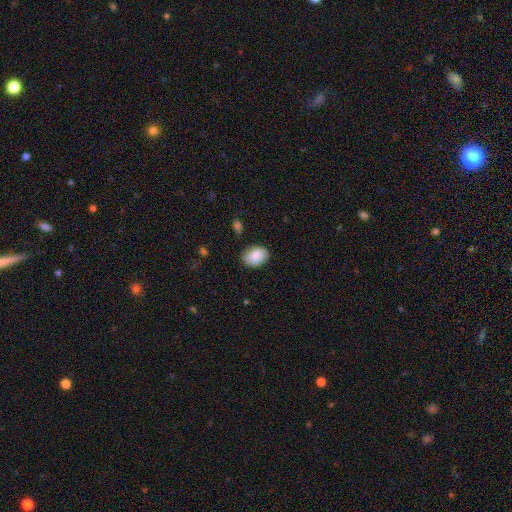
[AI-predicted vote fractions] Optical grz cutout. It shows a smooth galaxy with no disk features (85%) that is in between round and cigar-shaped (79%). Merging: none (76%).